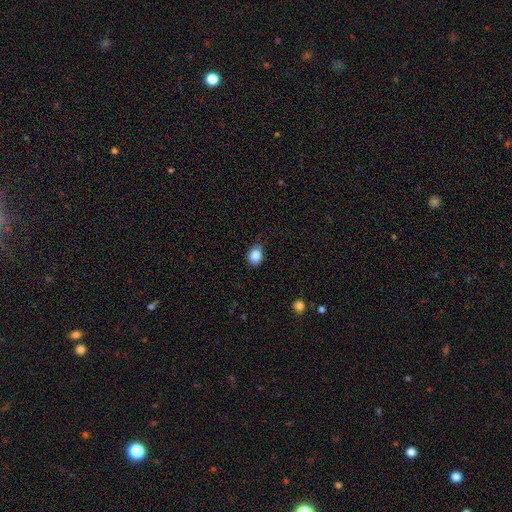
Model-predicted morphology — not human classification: Smooth or featured? smooth (84%)
How rounded? round (50%)
Merging? none (78%)